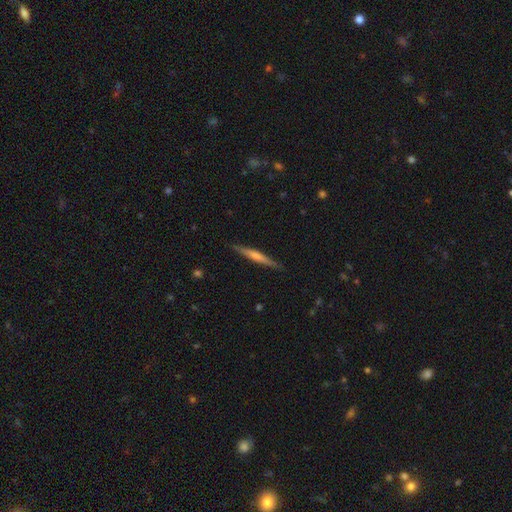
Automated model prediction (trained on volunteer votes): Smooth or featured? featured or disk (65%)
Edge-on disk? yes (98%)
Edge-on bulge? rounded (60%)
Merging? none (91%)